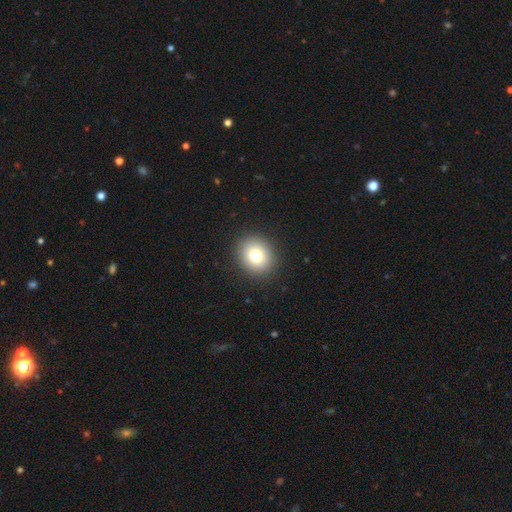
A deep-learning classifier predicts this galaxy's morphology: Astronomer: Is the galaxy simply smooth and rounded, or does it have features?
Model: smooth — 78%.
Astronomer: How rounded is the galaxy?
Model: round — 76%.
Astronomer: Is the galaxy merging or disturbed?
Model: none — 91%.